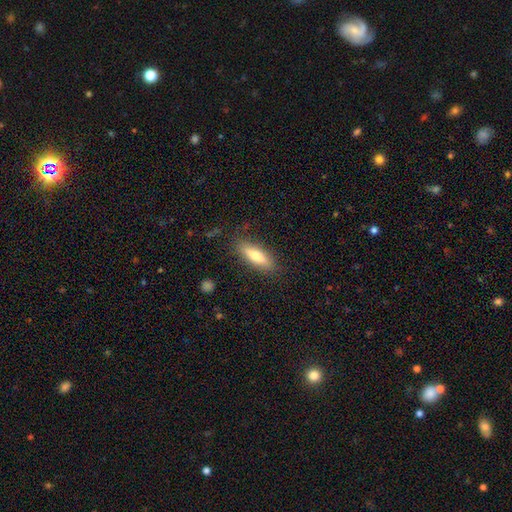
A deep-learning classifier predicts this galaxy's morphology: Q: Smooth or featured?
A: smooth (72%); runner-up: featured or disk (21%)
Q: How rounded?
A: cigar-shaped (53%); runner-up: in between (45%)
Q: Merging?
A: none (85%); runner-up: minor disturbance (11%)